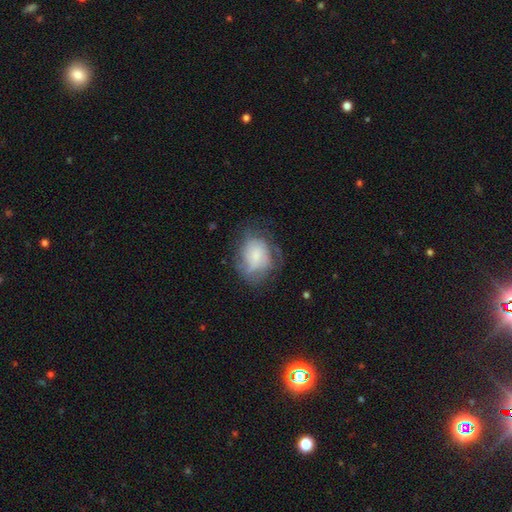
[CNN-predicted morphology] Smooth or featured?
  - smooth: 49% *
  - featured or disk: 41%
  - star or artifact: 9%
Merging?
  - none: 49% *
  - minor disturbance: 28%
  - major disturbance: 21%
  - merger: 2%